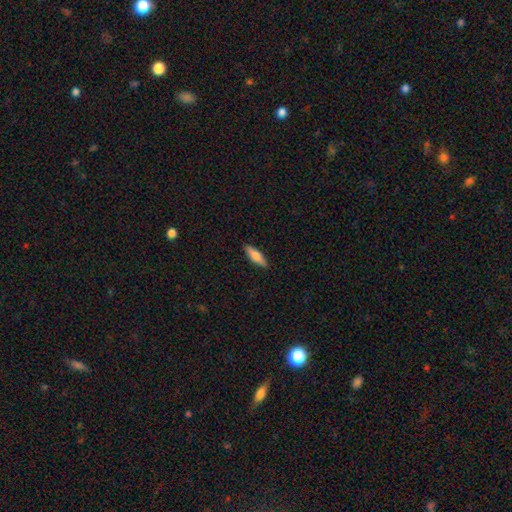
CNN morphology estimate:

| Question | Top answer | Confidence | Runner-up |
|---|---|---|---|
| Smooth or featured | smooth | 74% | featured or disk (20%) |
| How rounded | cigar-shaped | 57% | in between (42%) |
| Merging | none | 89% | minor disturbance (8%) |